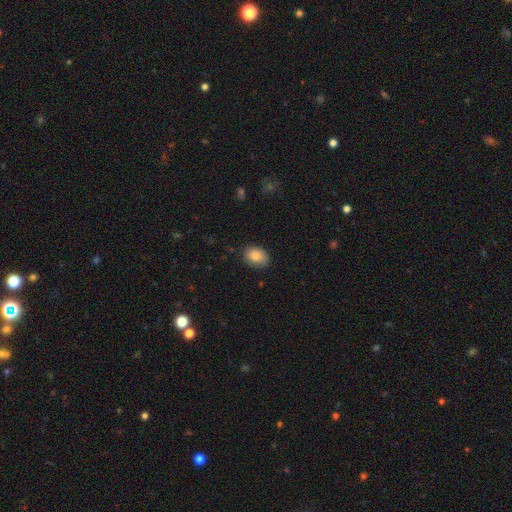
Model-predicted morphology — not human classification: The model was most divided on "how rounded": in between: 73%, round: 26%, cigar-shaped: 1%. More confident: smooth or featured — smooth (86%); merging — none (83%).